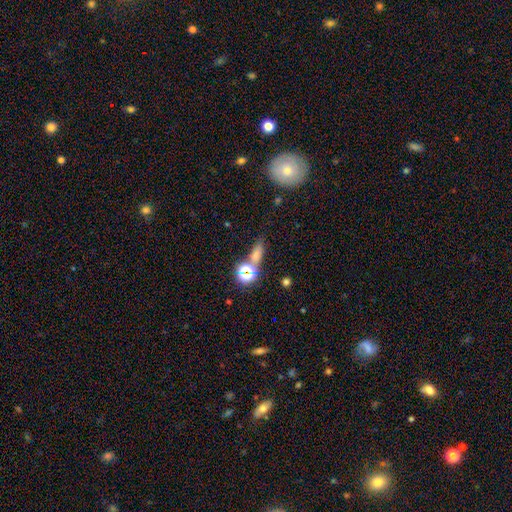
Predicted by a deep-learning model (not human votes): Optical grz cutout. It shows a smooth galaxy with no disk features (58%) that is in between round and cigar-shaped (49%). Merging: none (65%).